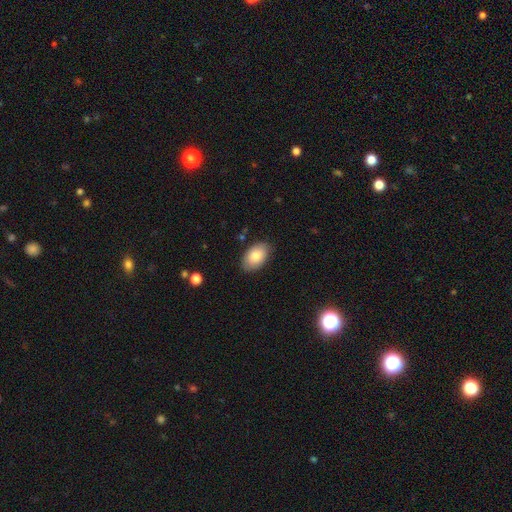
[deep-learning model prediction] Morphology: type=smooth (82%); roundness=in between (92%); merging=none (84%).